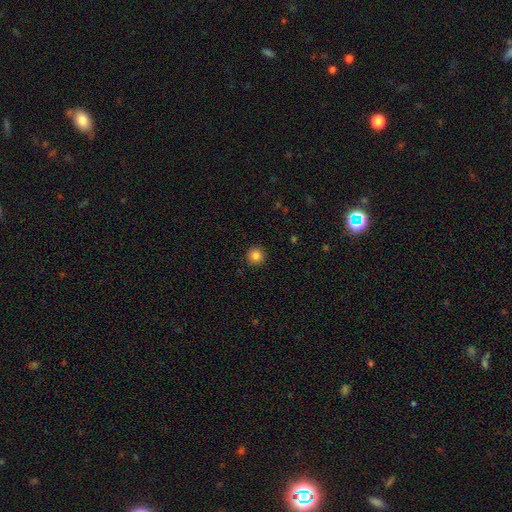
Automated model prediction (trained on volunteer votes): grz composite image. It shows a smooth galaxy with no disk features (84%) that is round (95%). Merging: none (92%).